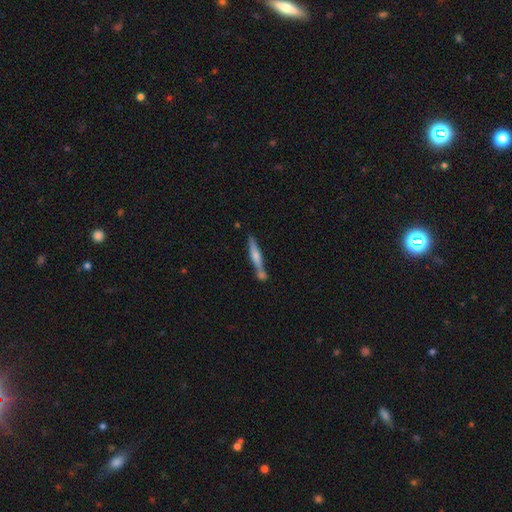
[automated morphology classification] Smooth or featured?
  - featured or disk: 47% * (tied)
  - smooth: 47% * (tied)
  - star or artifact: 6%
Merging?
  - none: 59% *
  - merger: 24%
  - minor disturbance: 13%
  - major disturbance: 4%